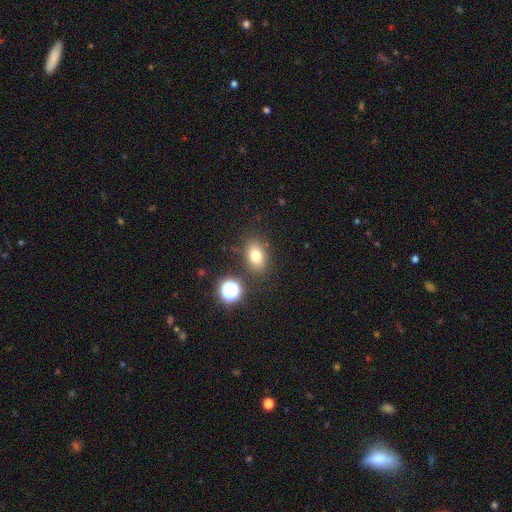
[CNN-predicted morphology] A smooth galaxy with no disk features (76%) that is in between round and cigar-shaped (75%). Merging: none (81%).